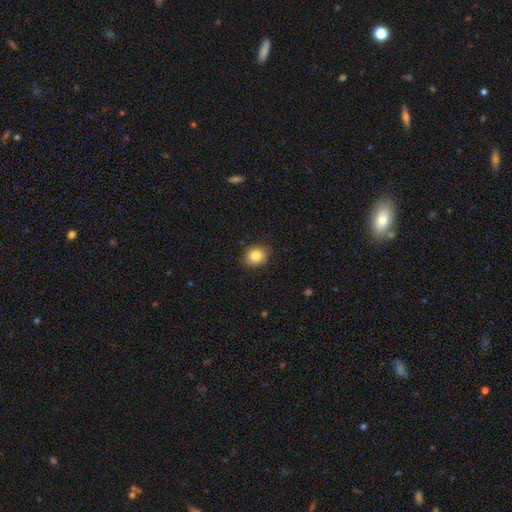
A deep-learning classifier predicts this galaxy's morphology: Smooth or featured? Predicted: smooth (p=0.83). How rounded? Predicted: round (p=0.73). Merging? Predicted: none (p=0.86).